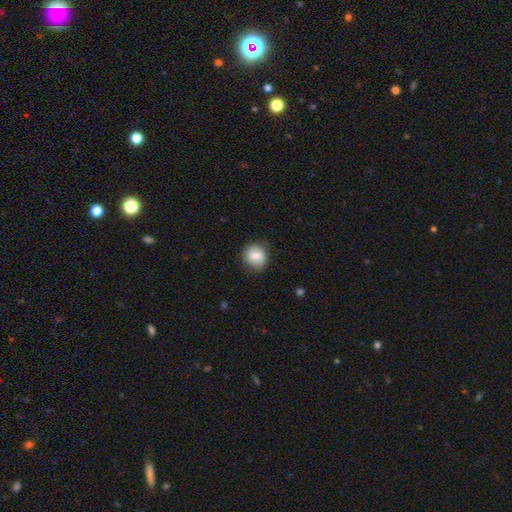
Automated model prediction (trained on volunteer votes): A smooth galaxy with no disk features (76%) that is round (83%).

Vote fractions:
- Smooth or featured? smooth: 76% / featured or disk: 17% / star or artifact: 8%
- How rounded? round: 83% / in between: 16% / cigar-shaped: 1%
- Merging? none: 84% / minor disturbance: 12% / major disturbance: 3% / merger: 1%